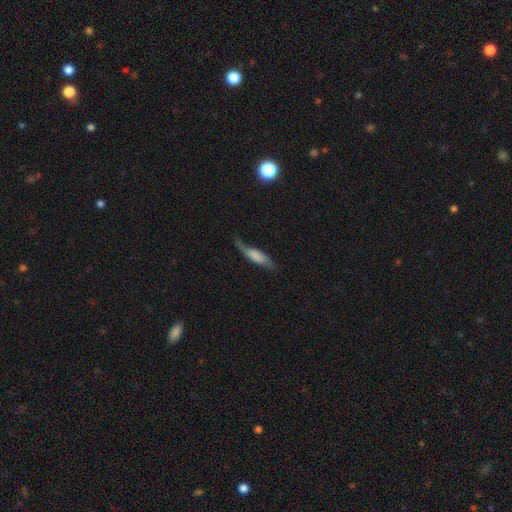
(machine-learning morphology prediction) A smooth galaxy with no disk features (57%) that is cigar-shaped (67%).

Vote fractions:
- Smooth or featured? smooth: 57% / featured or disk: 37% / star or artifact: 6%
- How rounded? cigar-shaped: 67% / in between: 31% / round: 2%
- Merging? none: 55% / minor disturbance: 31% / major disturbance: 11% / merger: 3%